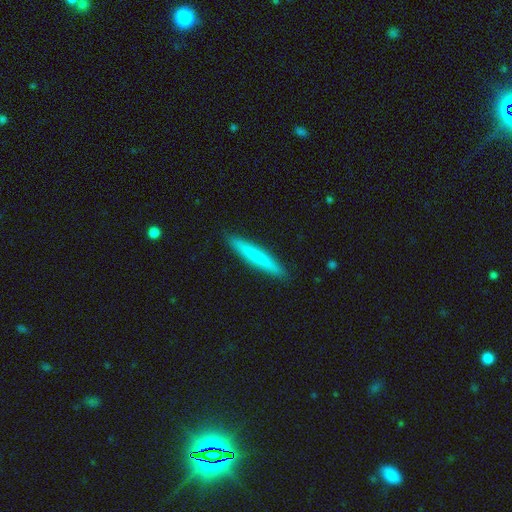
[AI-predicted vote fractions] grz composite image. It shows a smooth galaxy with no disk features (74%) that is cigar-shaped (95%). Merging: none (92%).